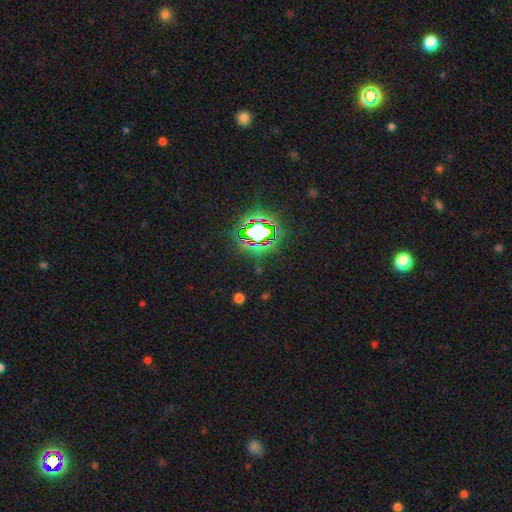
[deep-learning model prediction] A star or artifact, not a galaxy (79%).

Vote fractions:
- Smooth or featured? star or artifact: 79% / smooth: 13% / featured or disk: 8%